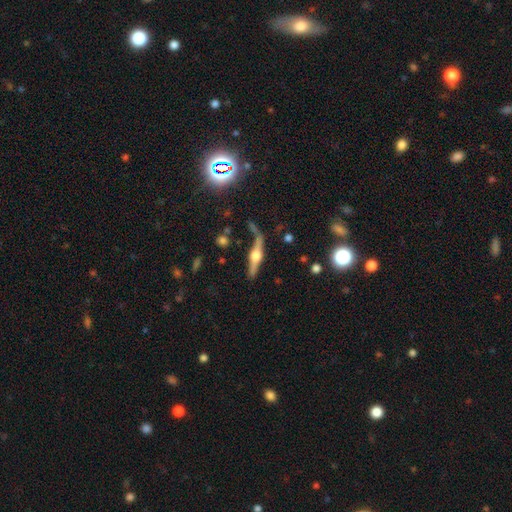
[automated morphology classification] Smooth or featured? Predicted: featured or disk (p=0.75). Edge-on disk? Predicted: yes (p=0.95). Edge-on bulge? Predicted: rounded (p=0.94). Merging? Predicted: none (p=0.71).